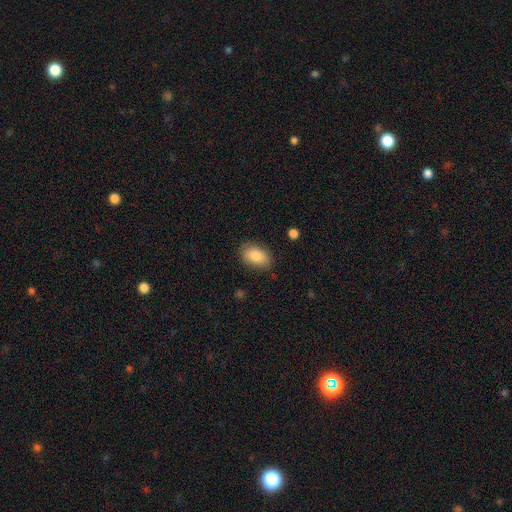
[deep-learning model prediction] smooth_or_featured: smooth (p=0.86) [alt: featured or disk p=0.07]
how_rounded: in between (p=0.90) [alt: round p=0.09]
merging: none (p=0.82) [alt: minor disturbance p=0.13]